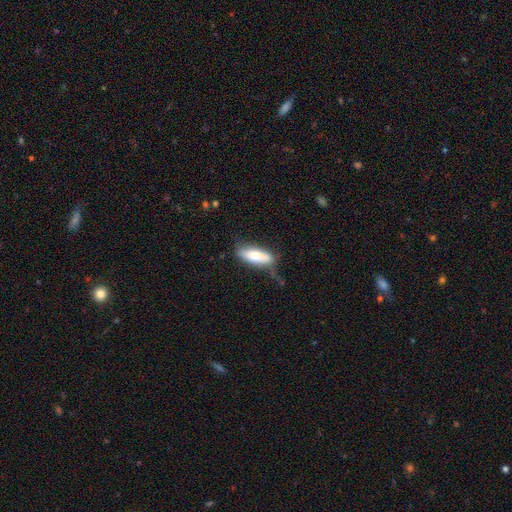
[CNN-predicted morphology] smooth-or-featured: smooth: 67% | featured or disk: 27% | star or artifact: 6%
  how-rounded: in between: 65% | cigar-shaped: 33% | round: 2%
  merging: none: 54% | minor disturbance: 30% | major disturbance: 12% | merger: 4%